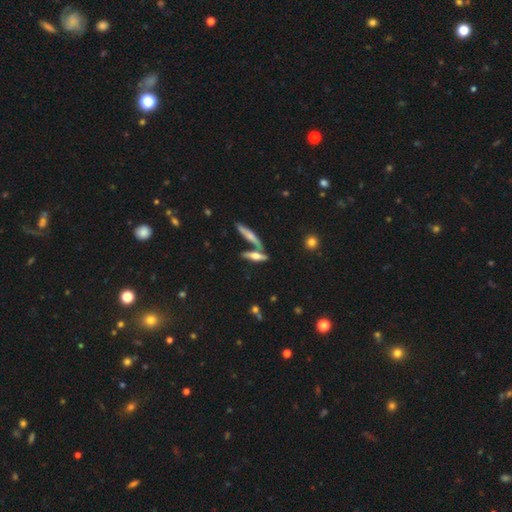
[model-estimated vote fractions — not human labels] This is possibly a smooth galaxy (46%). Merging: possibly none (56%).